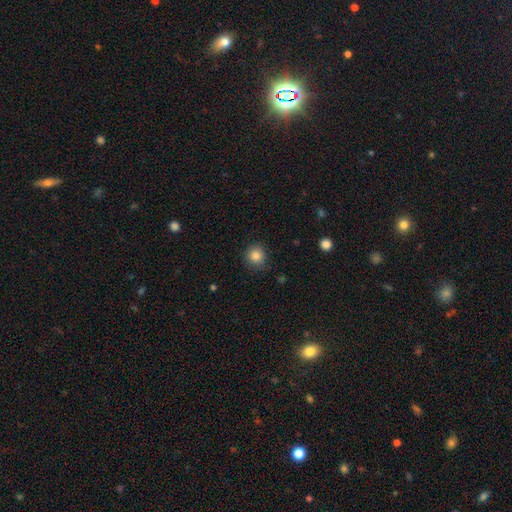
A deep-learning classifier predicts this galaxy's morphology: Smooth or featured?
  - smooth: 84% *
  - star or artifact: 11%
  - featured or disk: 5%
How rounded?
  - round: 91% *
  - in between: 8%
  - cigar-shaped: 1%
Merging?
  - none: 85% *
  - minor disturbance: 11%
  - major disturbance: 3%
  - merger: 1%